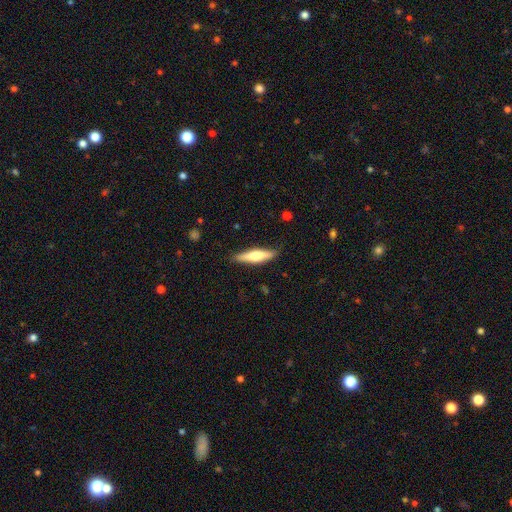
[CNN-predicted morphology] A smooth galaxy with no disk features (52%) that is cigar-shaped (73%).

Vote fractions:
- Smooth or featured? smooth: 52% / featured or disk: 43% / star or artifact: 5%
- How rounded? cigar-shaped: 73% / in between: 26% / round: 2%
- Merging? none: 87% / minor disturbance: 10% / major disturbance: 2% / merger: 1%